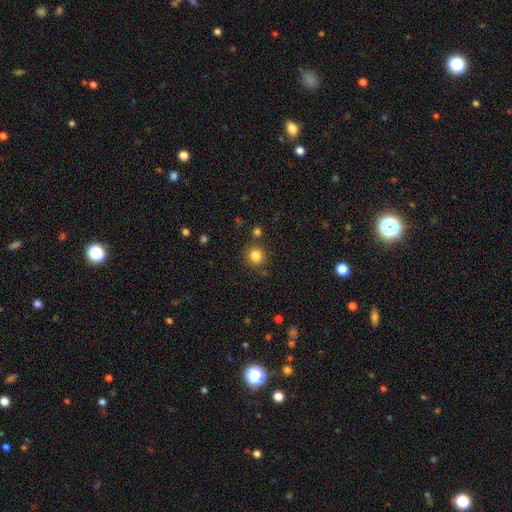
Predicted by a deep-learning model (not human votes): The model was most divided on "smooth or featured": smooth: 83%, star or artifact: 12%, featured or disk: 5%. More confident: how rounded — round (90%); merging — none (83%).